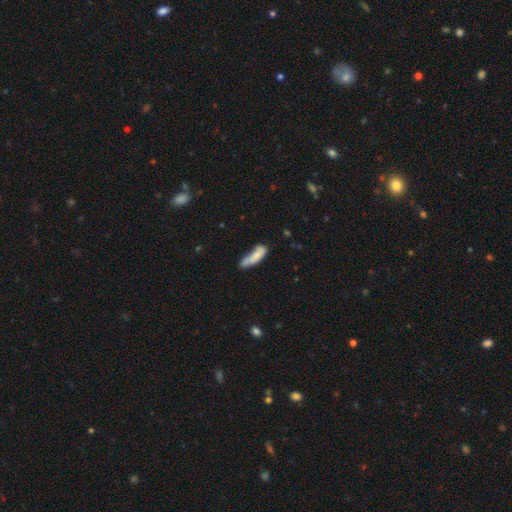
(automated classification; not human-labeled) The model was most divided on "merging": none: 44%, minor disturbance: 33%, major disturbance: 13%, merger: 11%. More confident: smooth or featured — smooth (78%); how rounded — cigar-shaped (59%).